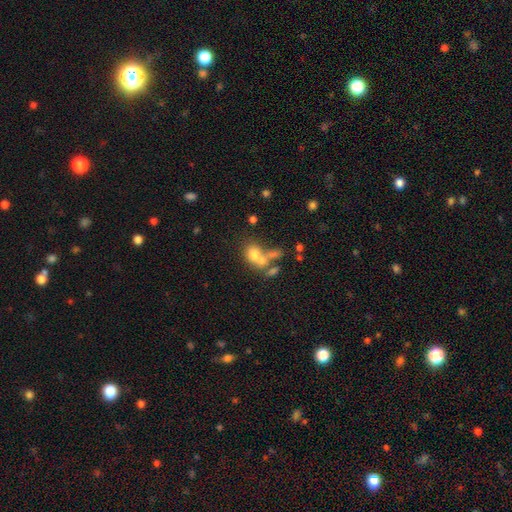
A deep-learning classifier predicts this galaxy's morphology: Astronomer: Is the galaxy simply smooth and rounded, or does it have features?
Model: smooth — 67%.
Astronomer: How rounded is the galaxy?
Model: in between — 53% (runner-up: round, 45%).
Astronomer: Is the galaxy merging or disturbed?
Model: merger — 50% (runner-up: none, 29%).